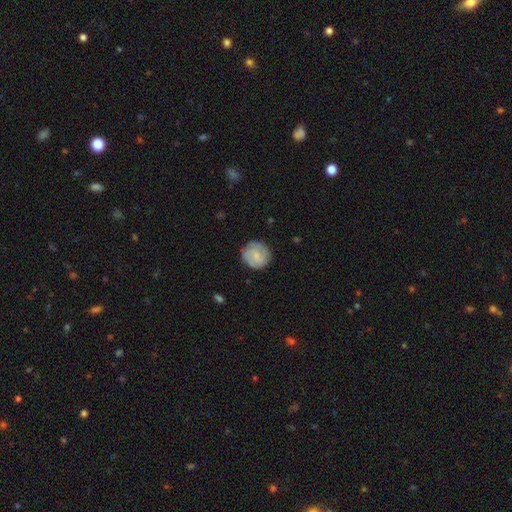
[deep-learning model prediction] Smooth or featured? smooth (63%)
How rounded? round (90%)
Merging? none (82%)